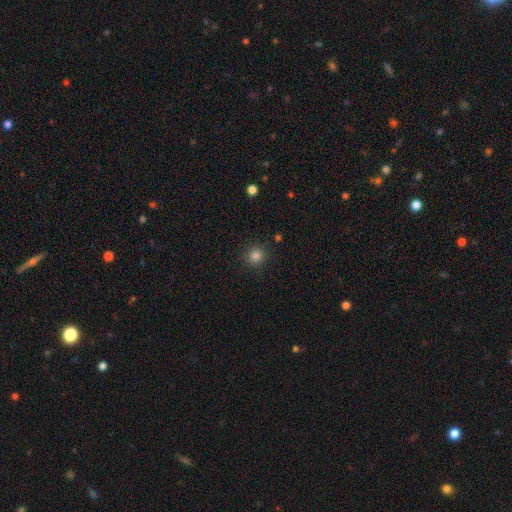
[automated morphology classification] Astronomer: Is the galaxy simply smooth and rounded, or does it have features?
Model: smooth — 83%.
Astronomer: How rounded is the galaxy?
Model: round — 92%.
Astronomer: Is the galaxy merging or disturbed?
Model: none — 89%.